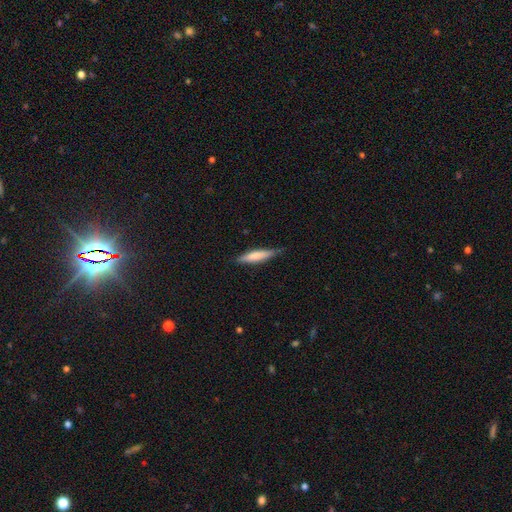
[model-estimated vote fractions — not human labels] Morphology: type=smooth (71%); roundness=cigar-shaped (83%); merging=none (78%).